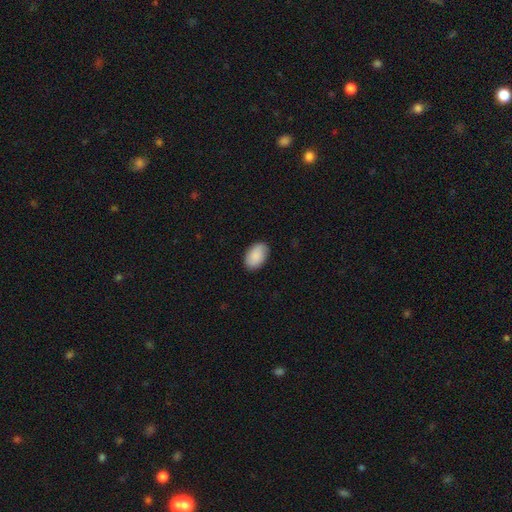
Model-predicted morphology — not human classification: Smooth or featured: smooth — 88% (featured or disk — 6%)
How rounded: in between — 93% (round — 6%)
Merging: none — 86% (minor disturbance — 11%)